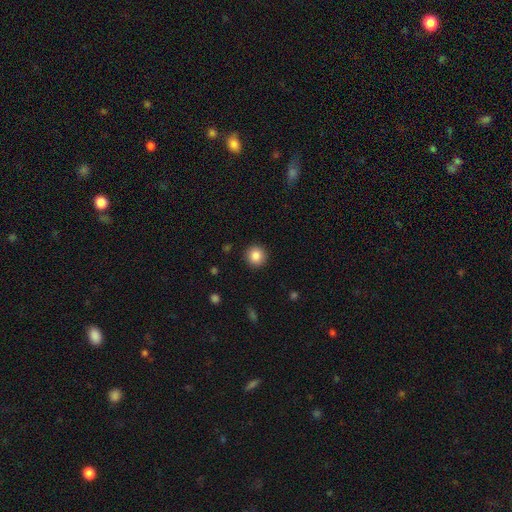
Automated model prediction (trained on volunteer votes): Smooth or featured: smooth — 85% (star or artifact — 10%)
How rounded: round — 94% (in between — 5%)
Merging: none — 92% (minor disturbance — 5%)